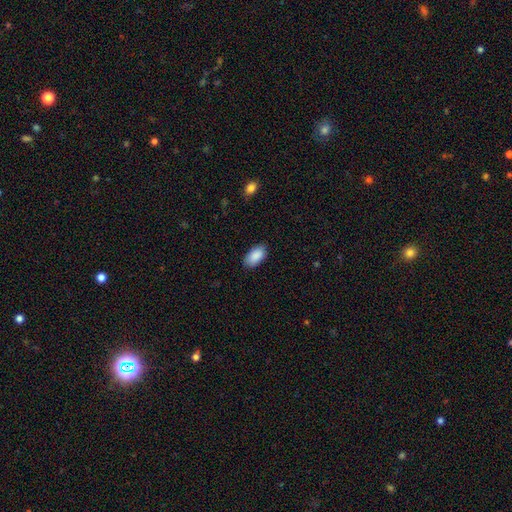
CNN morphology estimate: smooth_or_featured: smooth (p=0.90) [alt: star or artifact p=0.06]
how_rounded: in between (p=0.95) [alt: round p=0.03]
merging: none (p=0.85) [alt: minor disturbance p=0.11]